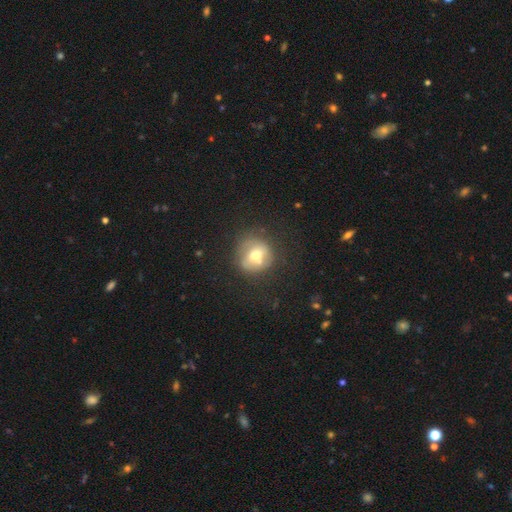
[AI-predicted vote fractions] This appears to be a smooth galaxy with no disk features (58%) that is round (83%). Merging: none (60%).